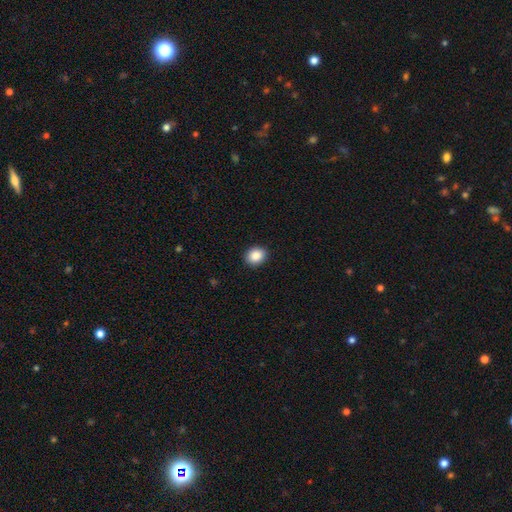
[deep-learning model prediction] smooth-or-featured: smooth: 88% | star or artifact: 8% | featured or disk: 4%
  how-rounded: round: 59% | in between: 40% | cigar-shaped: 1%
  merging: none: 91% | minor disturbance: 6% | major disturbance: 2% | merger: 1%